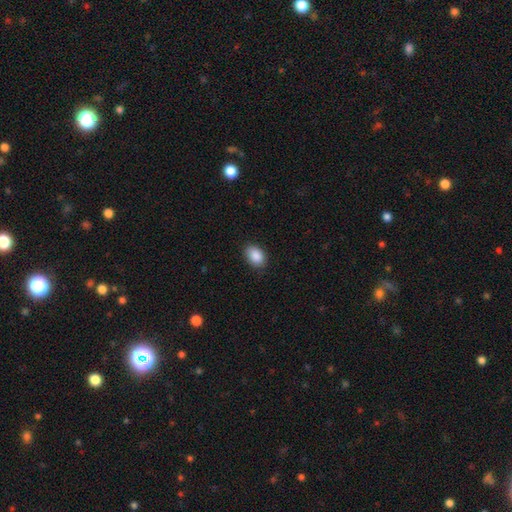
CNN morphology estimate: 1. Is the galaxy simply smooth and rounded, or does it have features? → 89% smooth, 7% star or artifact, 4% featured or disk.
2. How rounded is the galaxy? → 85% in between, 14% round, 1% cigar-shaped.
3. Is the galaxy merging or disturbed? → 86% none, 11% minor disturbance, 2% major disturbance, 1% merger.